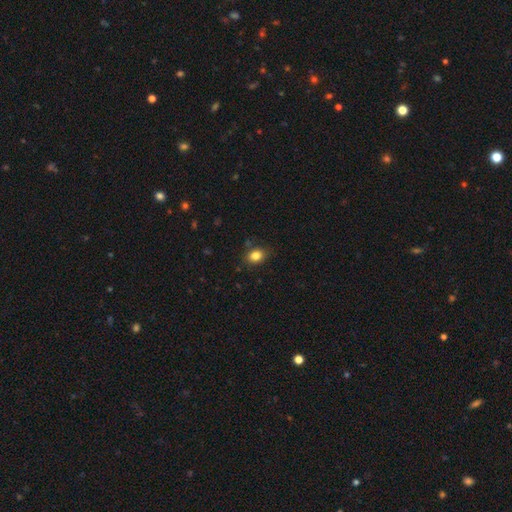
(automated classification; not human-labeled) Morphology: type=smooth (84%); roundness=in between (65%); merging=none (82%).